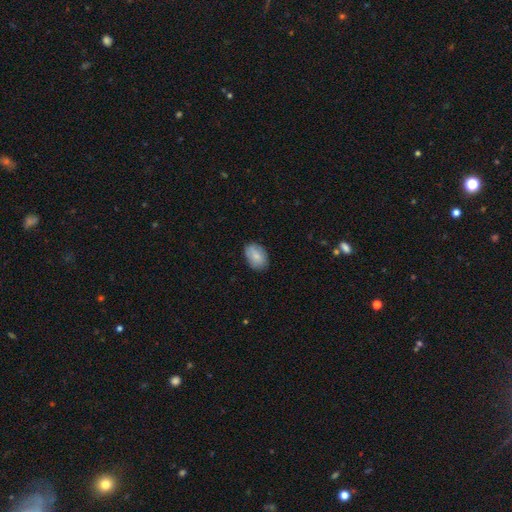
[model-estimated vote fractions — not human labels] Smooth or featured: smooth — 84% (featured or disk — 10%)
How rounded: in between — 85% (round — 14%)
Merging: none — 83% (minor disturbance — 13%)